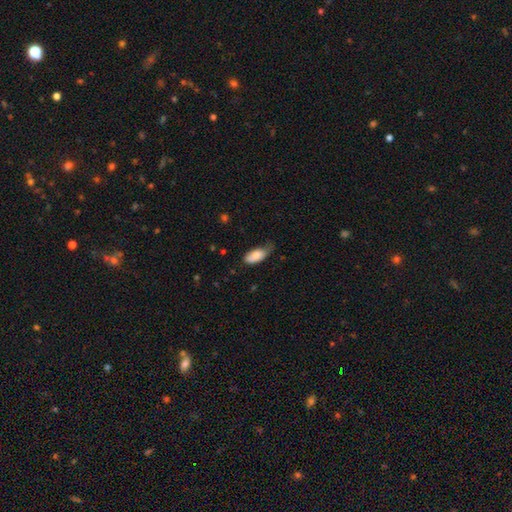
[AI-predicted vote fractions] A smooth galaxy with no disk features (81%) that is in between round and cigar-shaped (88%).

Vote fractions:
- Smooth or featured? smooth: 81% / featured or disk: 12% / star or artifact: 6%
- How rounded? in between: 88% / cigar-shaped: 9% / round: 2%
- Merging? minor disturbance: 44% / none: 41% / major disturbance: 13% / merger: 2%